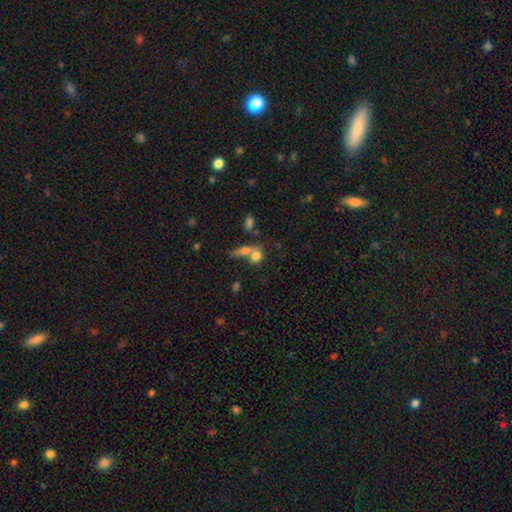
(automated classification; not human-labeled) Smooth or featured? Predicted: smooth (p=0.76). How rounded? Predicted: round (p=0.66). Merging? Predicted: merger (p=0.49).